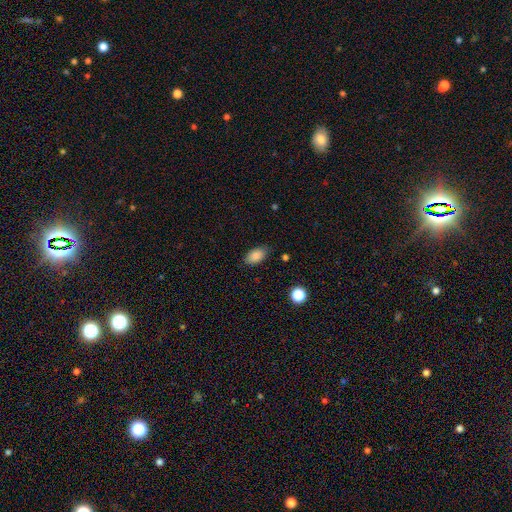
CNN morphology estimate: Overall: smooth (86%). How rounded: in between (91%). Merging: none (82%).